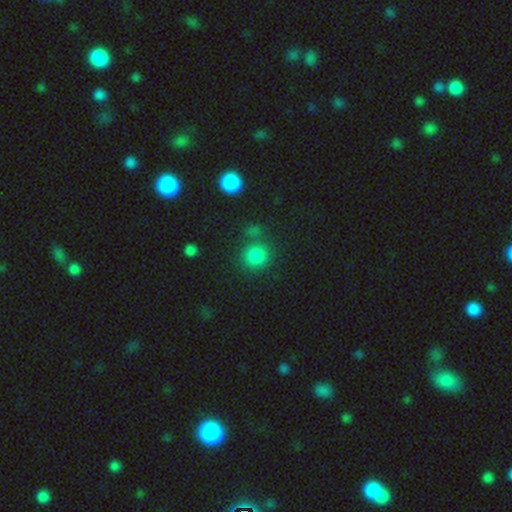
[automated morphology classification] Smooth or featured? Predicted: smooth (p=0.80). How rounded? Predicted: round (p=0.88). Merging? Predicted: none (p=0.72).